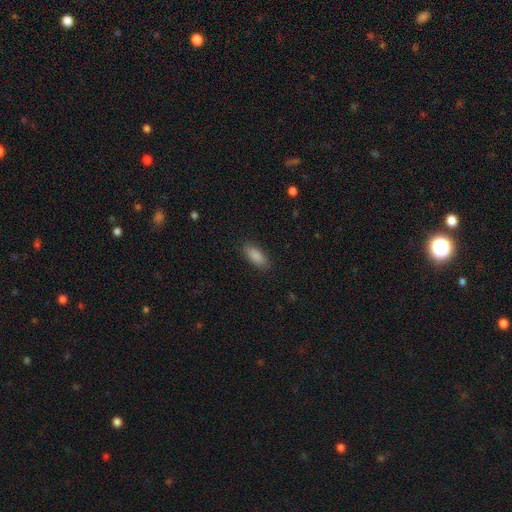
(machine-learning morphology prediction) A smooth galaxy with no disk features (89%) that is in between round and cigar-shaped (82%).

Vote fractions:
- Smooth or featured? smooth: 89% / star or artifact: 7% / featured or disk: 5%
- How rounded? in between: 82% / cigar-shaped: 16% / round: 2%
- Merging? none: 88% / minor disturbance: 9% / major disturbance: 2% / merger: 1%